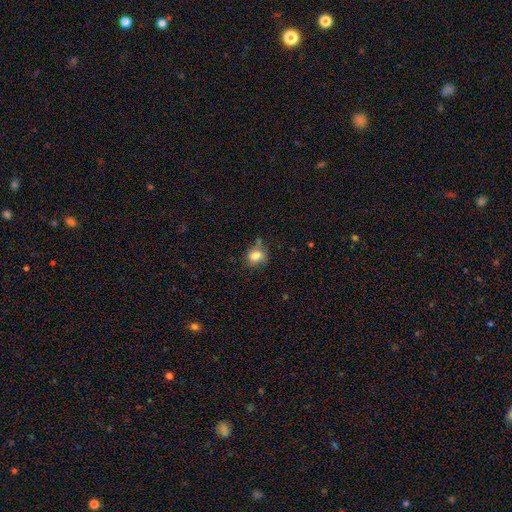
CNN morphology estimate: Smooth or featured: smooth — 82% (star or artifact — 10%)
How rounded: round — 68% (in between — 31%)
Merging: none — 61% (minor disturbance — 25%)